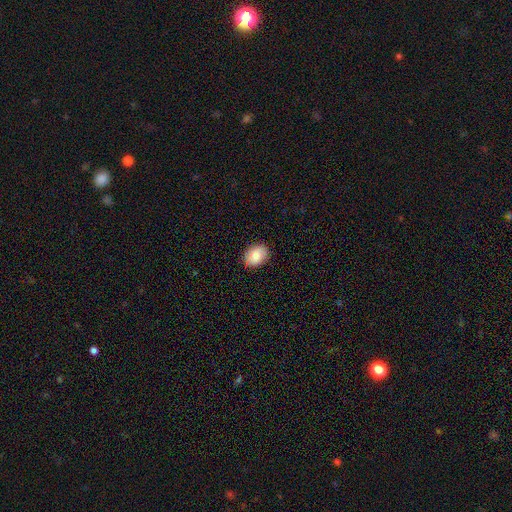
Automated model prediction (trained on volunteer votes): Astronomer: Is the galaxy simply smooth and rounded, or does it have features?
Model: smooth — 84%.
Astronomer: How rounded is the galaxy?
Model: in between — 64%.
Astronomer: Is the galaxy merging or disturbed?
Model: none — 87%.